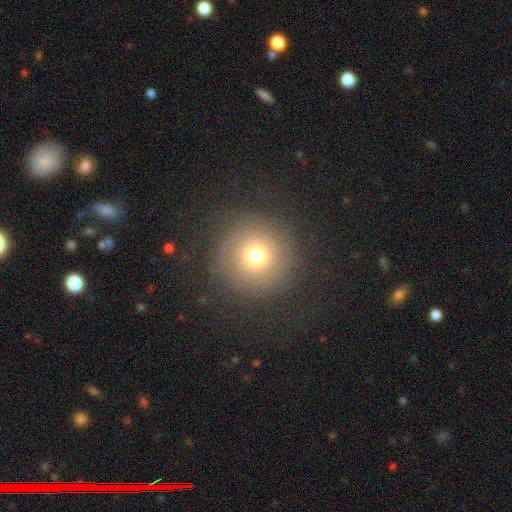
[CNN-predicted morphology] Q: Smooth or featured?
A: smooth (65%); runner-up: featured or disk (18%)
Q: How rounded?
A: round (96%); runner-up: in between (3%)
Q: Merging?
A: none (82%); runner-up: minor disturbance (9%)